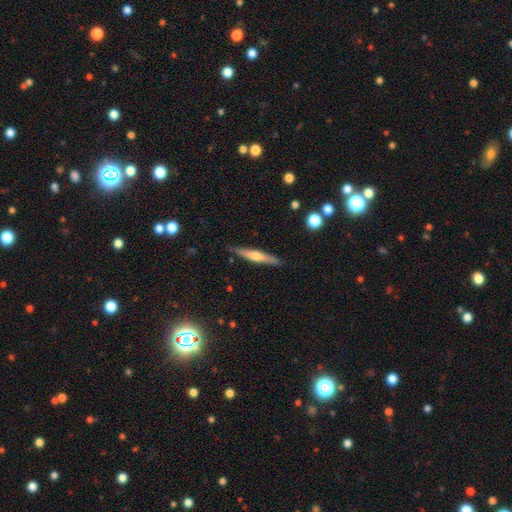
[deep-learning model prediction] Smooth or featured: featured or disk — 52% (smooth — 42%)
Edge-on disk: yes — 95% (no — 5%)
Merging: none — 87% (minor disturbance — 10%)